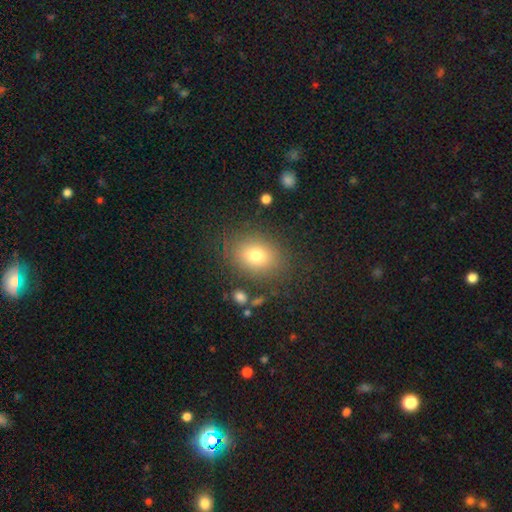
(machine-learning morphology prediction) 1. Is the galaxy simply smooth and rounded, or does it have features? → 77% smooth, 12% star or artifact, 11% featured or disk.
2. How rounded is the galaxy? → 60% in between, 39% round, 1% cigar-shaped.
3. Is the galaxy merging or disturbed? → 82% none, 11% minor disturbance, 4% major disturbance, 2% merger.